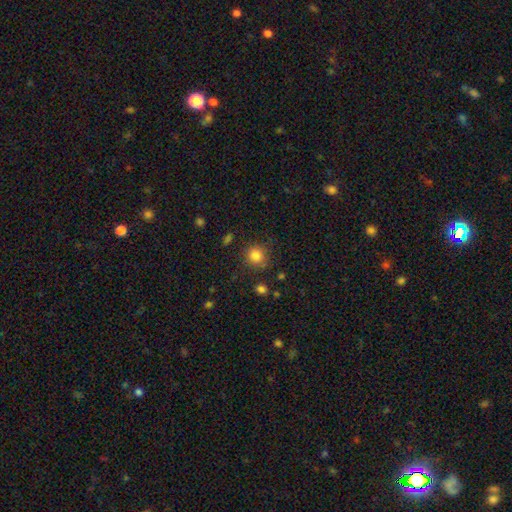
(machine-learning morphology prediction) A smooth galaxy with no disk features (83%) that is round (88%). Merging: none (83%).